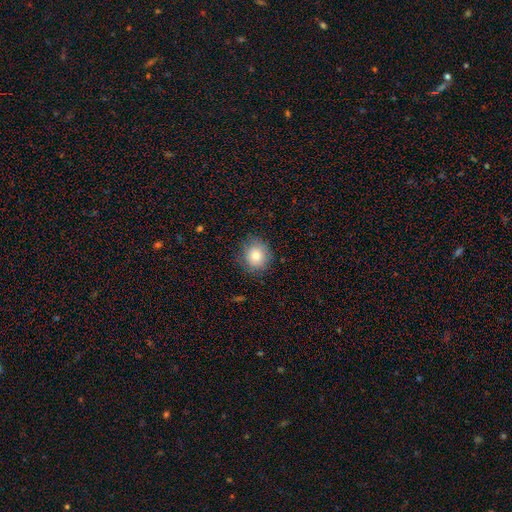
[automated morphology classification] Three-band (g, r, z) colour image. It shows a smooth galaxy with no disk features (81%) that is round (82%). Merging: none (81%).